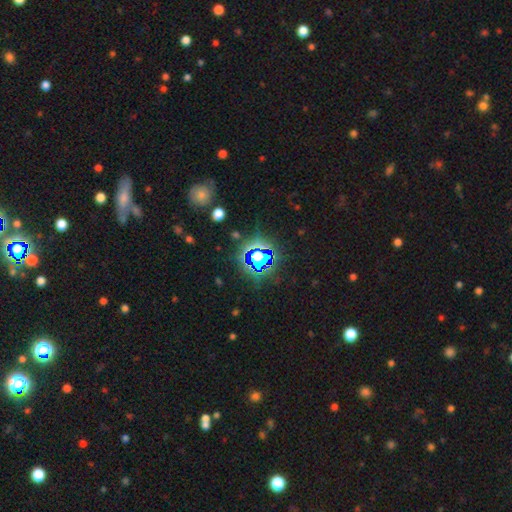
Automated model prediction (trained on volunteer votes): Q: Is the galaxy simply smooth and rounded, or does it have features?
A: star or artifact — 77%.